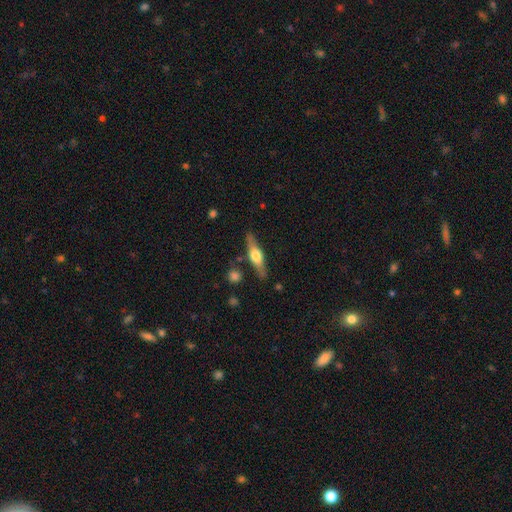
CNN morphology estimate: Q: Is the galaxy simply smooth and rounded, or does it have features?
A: featured or disk — 58%.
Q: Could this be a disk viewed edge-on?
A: yes — 93%.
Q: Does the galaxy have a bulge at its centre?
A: rounded — 91%.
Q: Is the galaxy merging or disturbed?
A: none — 82%.